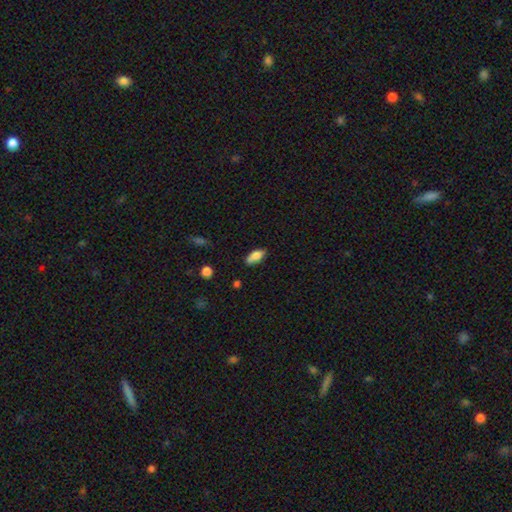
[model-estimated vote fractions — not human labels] Morphology: type=smooth (80%); roundness=in between (83%); merging=none (64%).